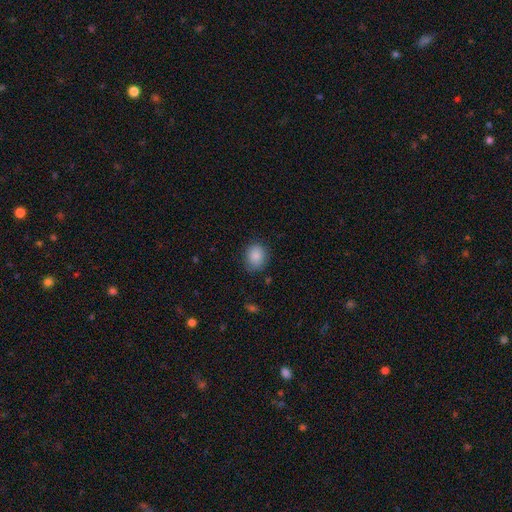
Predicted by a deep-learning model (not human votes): A smooth galaxy with no disk features (87%) that is round (63%). Merging: none (81%).